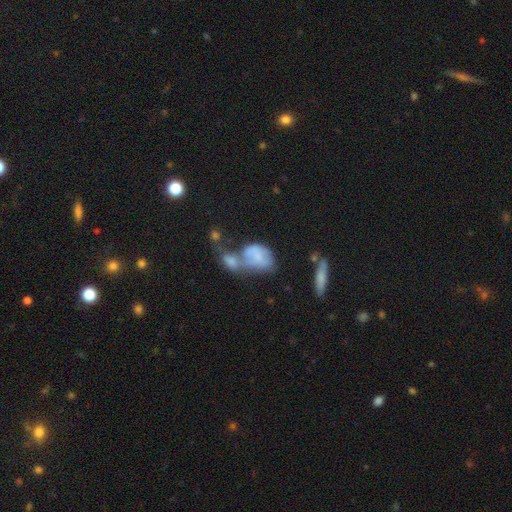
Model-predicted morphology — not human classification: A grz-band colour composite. It shows a smooth galaxy with no disk features (61%) that is in between round and cigar-shaped (82%). Merging: merger (61%).